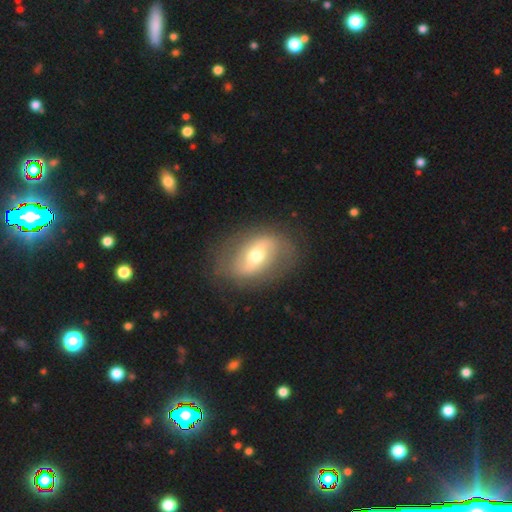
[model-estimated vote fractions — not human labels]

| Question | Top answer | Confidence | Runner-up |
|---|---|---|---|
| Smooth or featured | featured or disk | 69% | smooth (25%) |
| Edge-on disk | no | 94% | yes (6%) |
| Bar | weak | 38% | strong (37%) |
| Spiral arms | yes | 70% | no (30%) |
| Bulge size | moderate | 71% | small (16%) |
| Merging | none | 79% | minor disturbance (13%) |